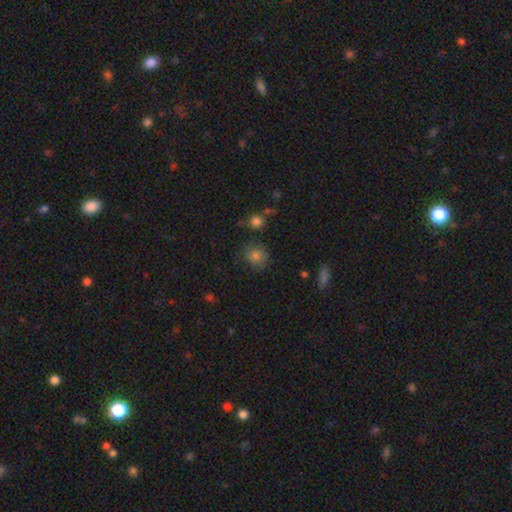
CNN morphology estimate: This appears to be a smooth galaxy with no disk features (79%) that is round (79%). Merging: none (77%).